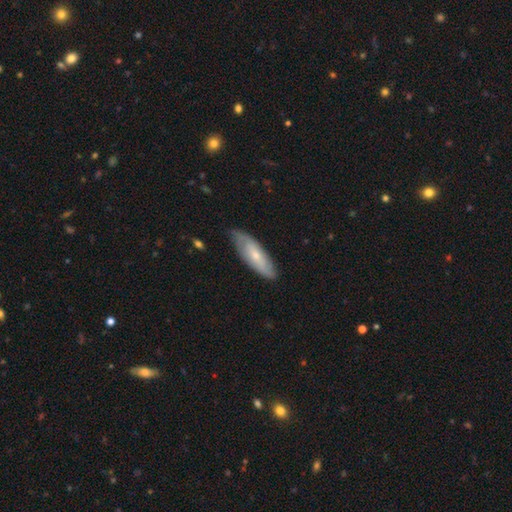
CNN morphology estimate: A smooth galaxy with no disk features (51%) that is in between round and cigar-shaped (57%). Merging: none (74%).